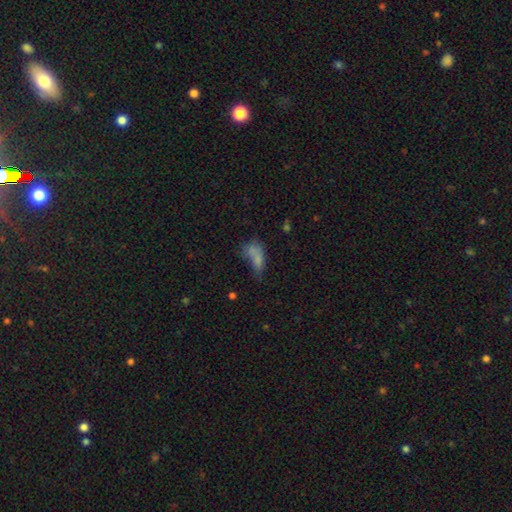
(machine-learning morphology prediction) The model was most divided on "merging": merger: 32%, none: 26%, major disturbance: 22%, minor disturbance: 20%. More confident: how rounded — in between (82%); smooth or featured — smooth (69%).